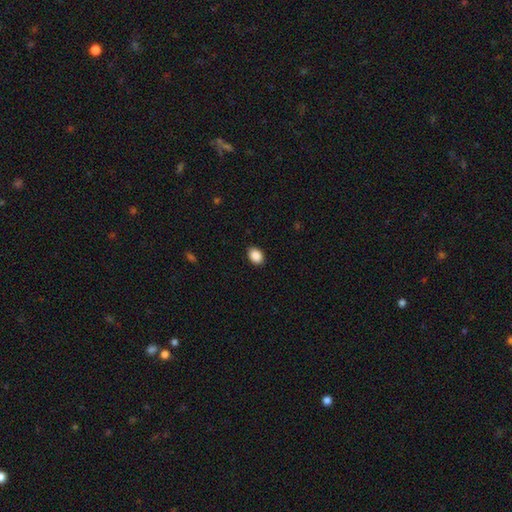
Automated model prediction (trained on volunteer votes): This is clearly a smooth galaxy (90%). How rounded: likely in between (68%). Merging: clearly none (89%).